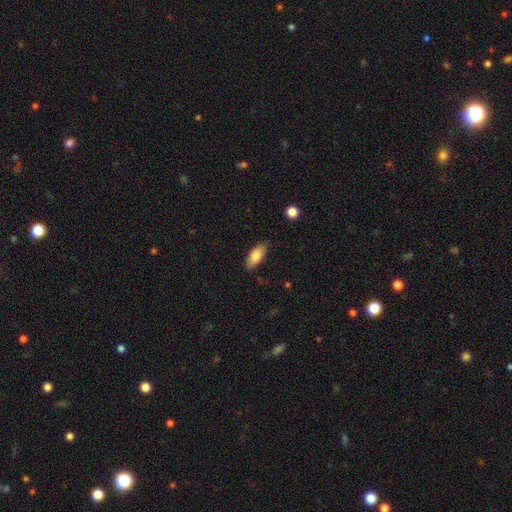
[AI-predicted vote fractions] A smooth galaxy with no disk features (82%) that is in between round and cigar-shaped (83%).

Vote fractions:
- Smooth or featured? smooth: 82% / featured or disk: 11% / star or artifact: 6%
- How rounded? in between: 83% / cigar-shaped: 15% / round: 2%
- Merging? none: 84% / minor disturbance: 13% / major disturbance: 2% / merger: 1%